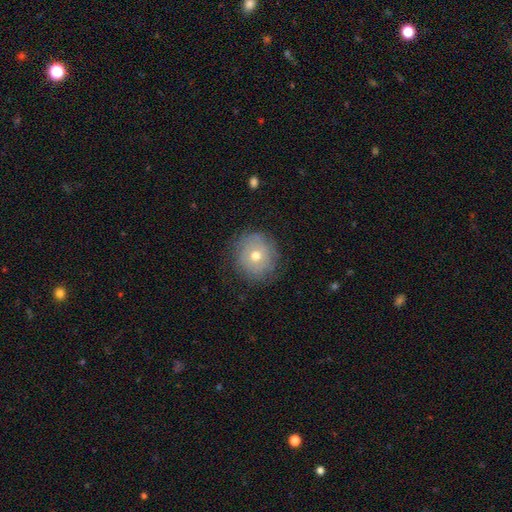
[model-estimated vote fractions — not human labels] This is possibly a smooth galaxy (54%). How rounded: clearly round (90%). Merging: likely none (79%).